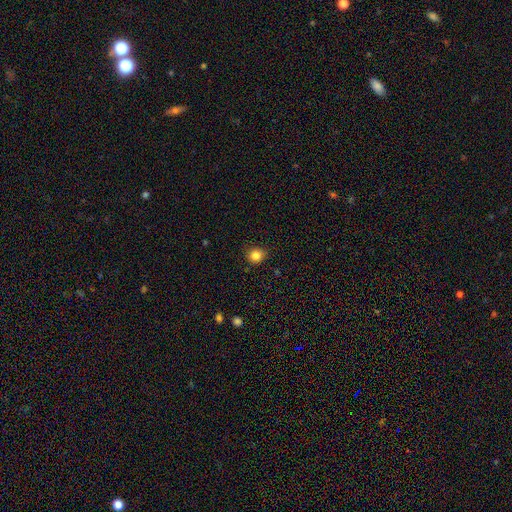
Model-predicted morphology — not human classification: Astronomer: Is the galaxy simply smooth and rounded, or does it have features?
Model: smooth — 83%.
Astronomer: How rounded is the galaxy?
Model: round — 80%.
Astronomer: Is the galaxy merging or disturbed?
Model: none — 87%.